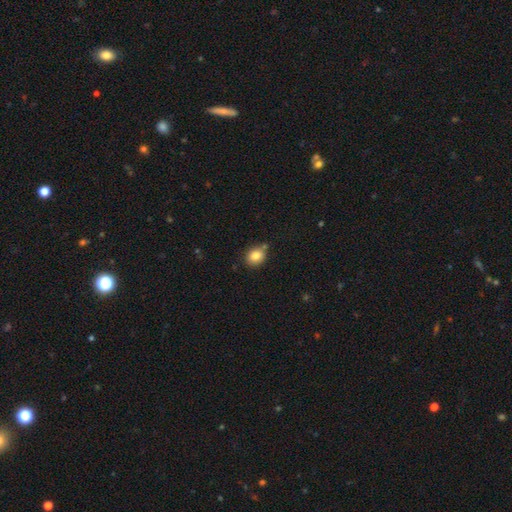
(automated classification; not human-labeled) smooth_or_featured: smooth (p=0.84) [alt: star or artifact p=0.09]
how_rounded: round (p=0.61) [alt: in between p=0.38]
merging: none (p=0.72) [alt: minor disturbance p=0.15]